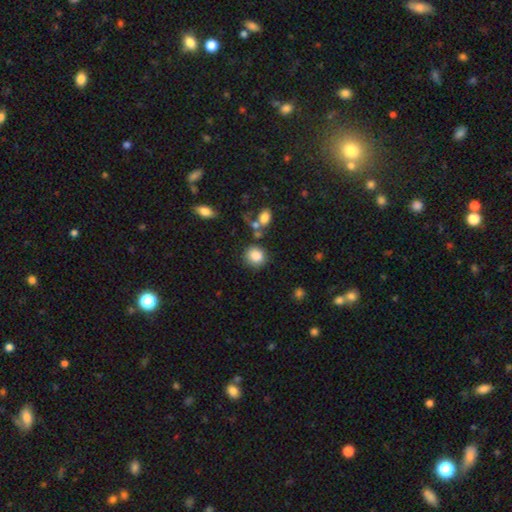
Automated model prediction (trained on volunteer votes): Smooth or featured?
  - smooth: 85% *
  - star or artifact: 10%
  - featured or disk: 5%
How rounded?
  - round: 81% *
  - in between: 18%
  - cigar-shaped: 1%
Merging?
  - none: 76% *
  - minor disturbance: 12%
  - merger: 8%
  - major disturbance: 4%